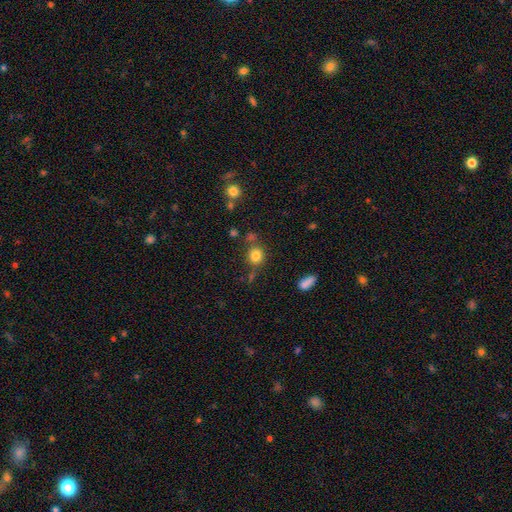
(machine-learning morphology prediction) This appears to be a smooth galaxy with no disk features (81%) that is round (83%). Merging: none (75%).